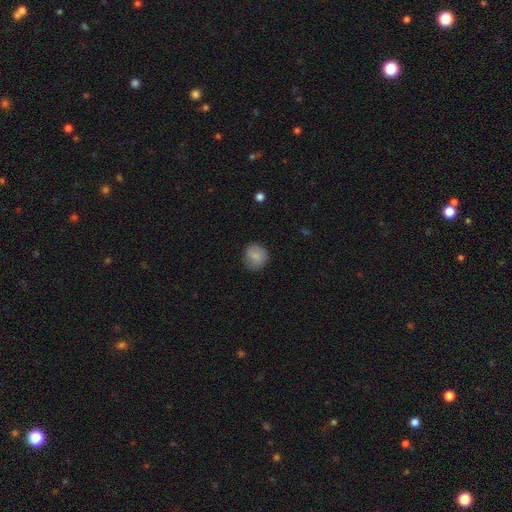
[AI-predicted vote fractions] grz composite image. It shows a smooth galaxy with no disk features (81%) that is round (81%). Merging: none (78%).